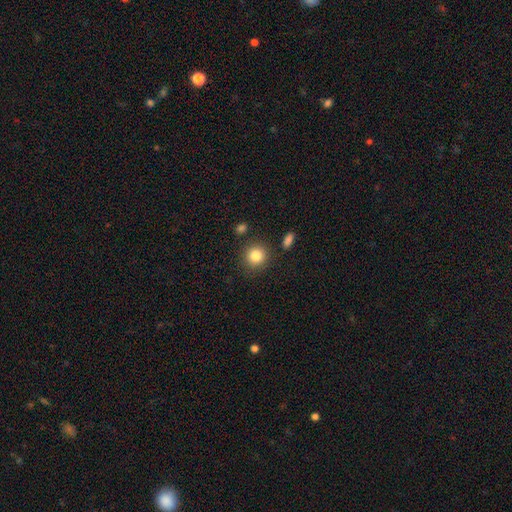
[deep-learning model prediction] Overall: smooth (85%). How rounded: round (90%). Merging: none (86%).